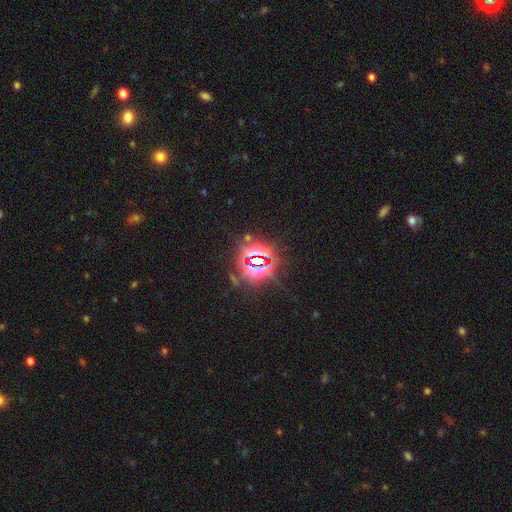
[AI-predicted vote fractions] This is clearly a star or artifact rather than a galaxy (85%).